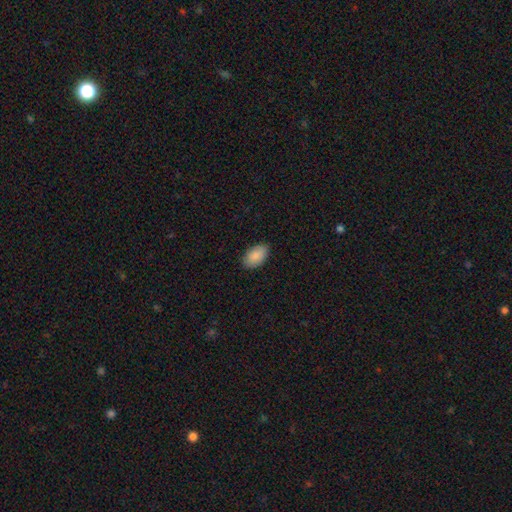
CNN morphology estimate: This appears to be a smooth galaxy with no disk features (89%) that is in between round and cigar-shaped (94%). Merging: none (86%).